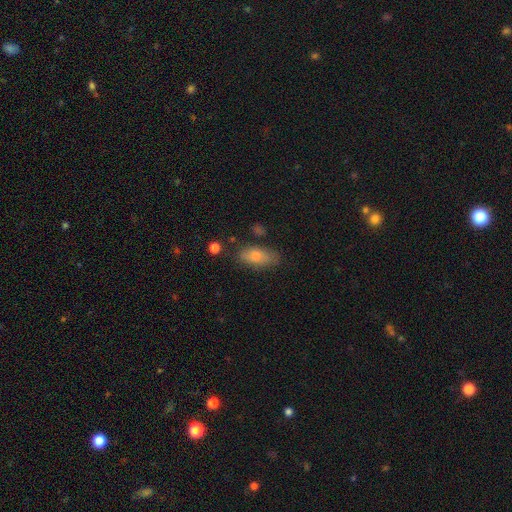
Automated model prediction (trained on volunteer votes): The model was most divided on "smooth or featured": smooth: 71%, featured or disk: 19%, star or artifact: 10%. More confident: how rounded — in between (77%); merging — none (76%).